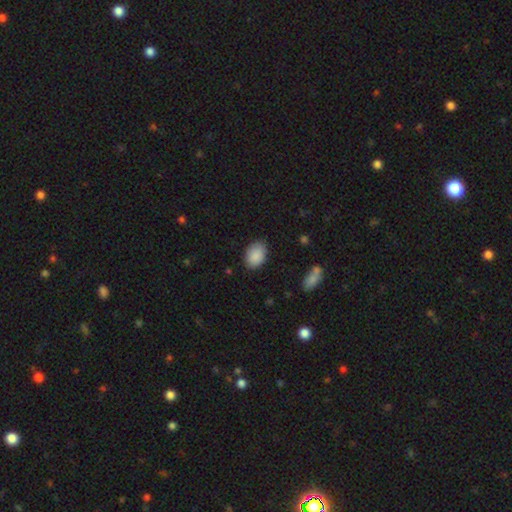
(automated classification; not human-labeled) This appears to be a smooth galaxy with no disk features (89%) that is in between round and cigar-shaped (80%). Merging: none (81%).